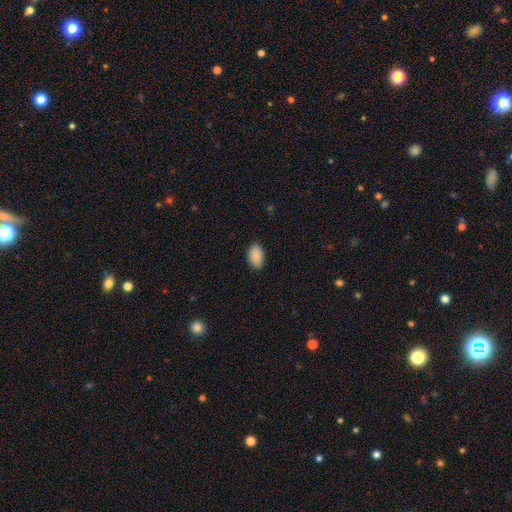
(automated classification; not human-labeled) Smooth or featured: smooth — 90% (star or artifact — 7%)
How rounded: in between — 92% (round — 6%)
Merging: none — 84% (minor disturbance — 13%)